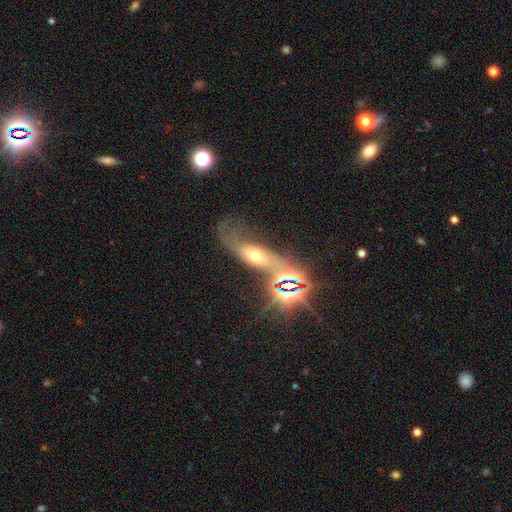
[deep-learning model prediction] Morphology: type=featured or disk (47%); merging=none (40%).